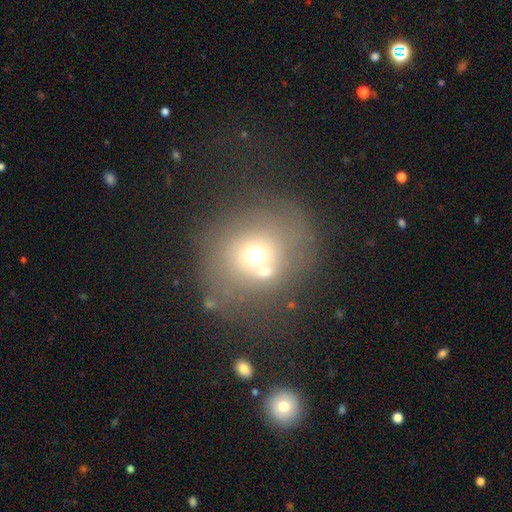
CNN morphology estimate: A smooth galaxy with no disk features (59%) that is round (78%).

Vote fractions:
- Smooth or featured? smooth: 59% / featured or disk: 22% / star or artifact: 19%
- How rounded? round: 78% / in between: 21% / cigar-shaped: 1%
- Merging? none: 53% / merger: 20% / minor disturbance: 15% / major disturbance: 12%